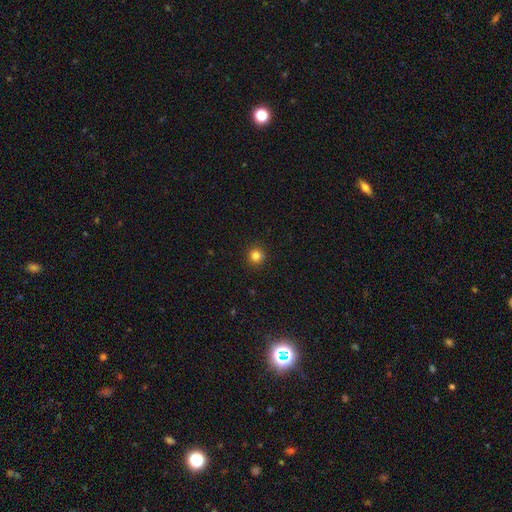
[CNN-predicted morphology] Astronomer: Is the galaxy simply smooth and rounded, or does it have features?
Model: smooth — 83%.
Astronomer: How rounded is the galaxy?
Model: round — 94%.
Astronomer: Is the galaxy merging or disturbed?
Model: none — 92%.